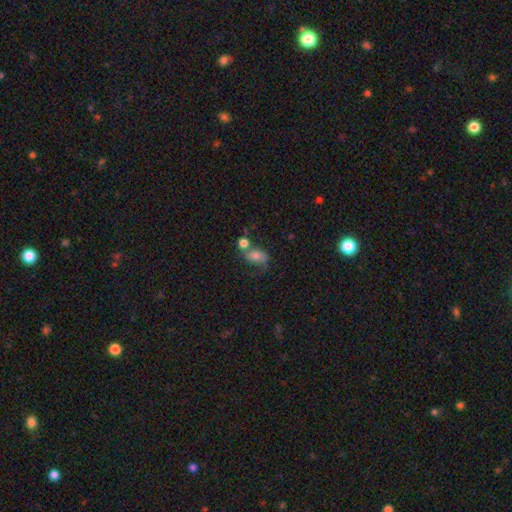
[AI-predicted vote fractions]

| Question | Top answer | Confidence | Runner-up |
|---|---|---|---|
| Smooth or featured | smooth | 63% | featured or disk (25%) |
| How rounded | in between | 74% | round (24%) |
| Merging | merger | 39% | none (29%) |